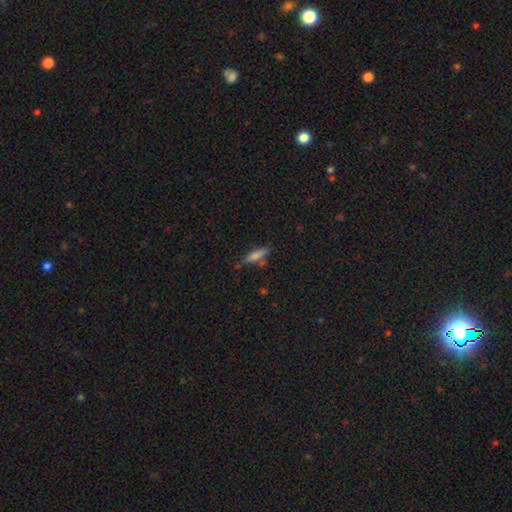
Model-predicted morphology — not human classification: smooth_or_featured: smooth (p=0.74) [alt: featured or disk p=0.17]
how_rounded: cigar-shaped (p=0.63) [alt: in between p=0.35]
merging: none (p=0.66) [alt: minor disturbance p=0.20]